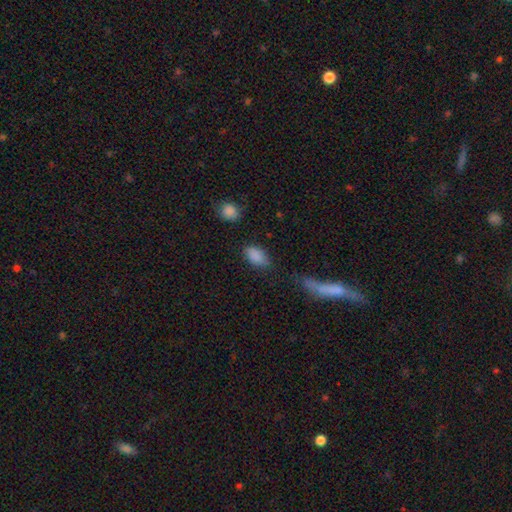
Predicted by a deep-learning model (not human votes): A smooth galaxy with no disk features (86%) that is in between round and cigar-shaped (91%).

Vote fractions:
- Smooth or featured? smooth: 86% / star or artifact: 9% / featured or disk: 4%
- How rounded? in between: 91% / round: 6% / cigar-shaped: 2%
- Merging? none: 74% / minor disturbance: 18% / major disturbance: 5% / merger: 3%